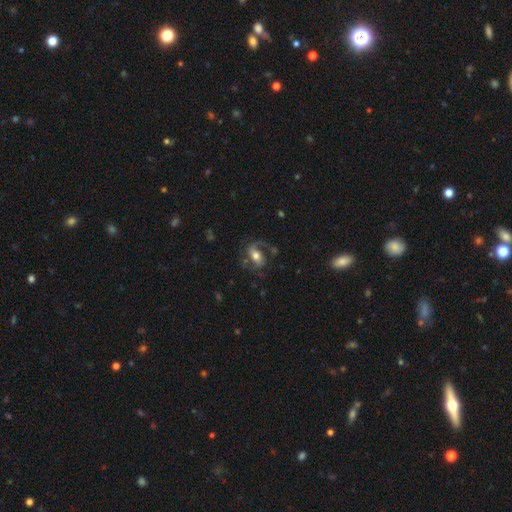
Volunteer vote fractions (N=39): Q: Smooth or featured?
A: featured or disk (74%); runner-up: smooth (18%)
Q: Edge-on disk?
A: no (97%); runner-up: yes (3%)
Q: Bar?
A: strong (36%); runner-up: weak (32%)
Q: Spiral arms?
A: yes (96%); runner-up: no (4%)
Q: Spiral winding?
A: loose (56%); runner-up: medium (44%)
Q: Spiral arm count?
A: 2 (89%); runner-up: 1 (7%)
Q: Bulge size?
A: moderate (64%); runner-up: large (21%)
Q: Merging?
A: none (56%); runner-up: major disturbance (28%)